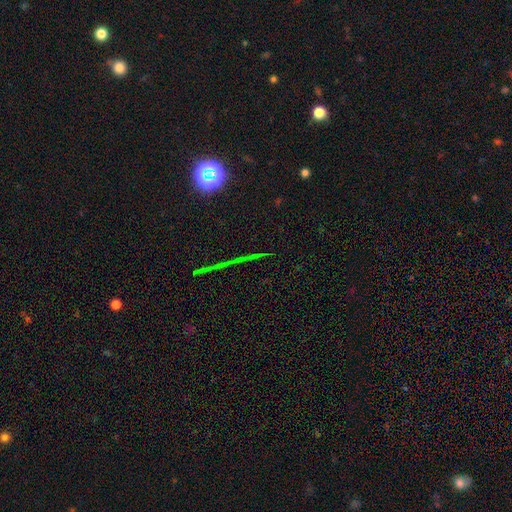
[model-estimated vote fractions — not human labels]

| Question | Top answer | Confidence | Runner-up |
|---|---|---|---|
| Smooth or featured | star or artifact | 80% | featured or disk (11%) |